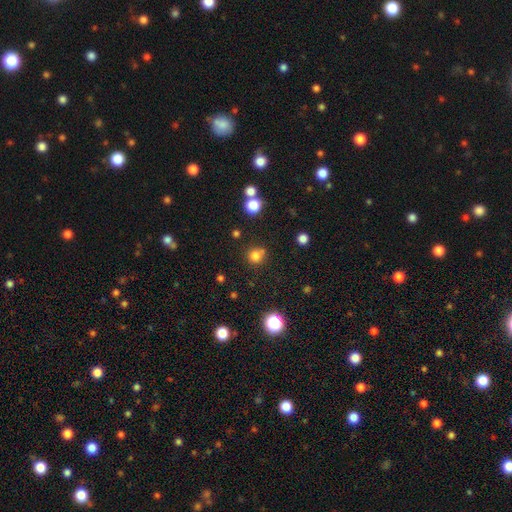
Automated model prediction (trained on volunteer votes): This appears to be a smooth galaxy with no disk features (77%) that is round (90%). Merging: none (71%).